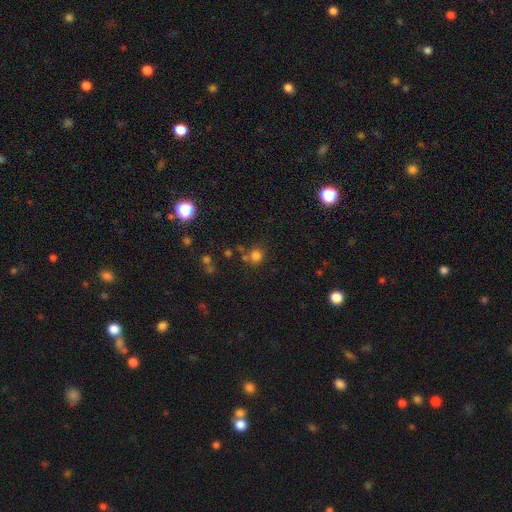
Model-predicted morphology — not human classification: Q: Smooth or featured?
A: smooth (77%); runner-up: star or artifact (17%)
Q: How rounded?
A: round (84%); runner-up: in between (15%)
Q: Merging?
A: none (70%); runner-up: merger (13%)